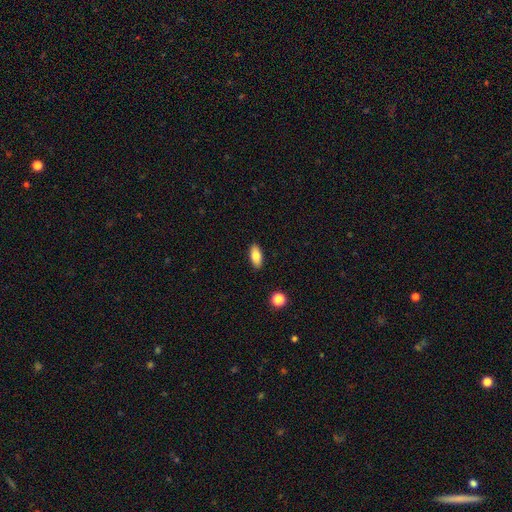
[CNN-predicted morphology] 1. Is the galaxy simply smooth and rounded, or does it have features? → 82% smooth, 11% featured or disk, 7% star or artifact.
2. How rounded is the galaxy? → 86% in between, 11% cigar-shaped, 3% round.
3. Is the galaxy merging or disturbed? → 89% none, 8% minor disturbance, 2% major disturbance, 1% merger.